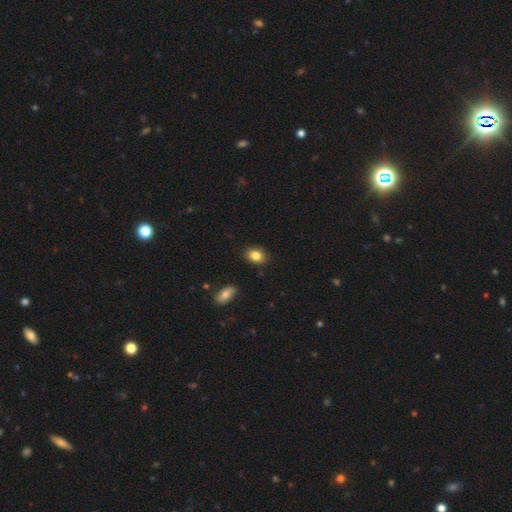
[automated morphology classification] smooth 85%, star or artifact 9%, featured or disk 7%. Down the decision tree: how rounded — in between (75%); merging — none (86%).